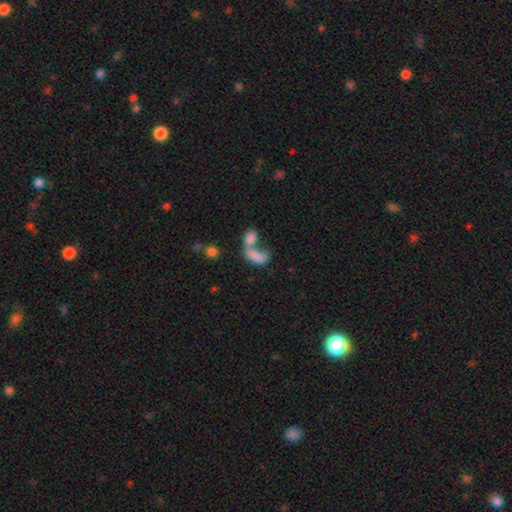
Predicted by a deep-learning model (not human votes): A smooth galaxy with no disk features (75%) that is in between round and cigar-shaped (88%). Merging: merger (70%).